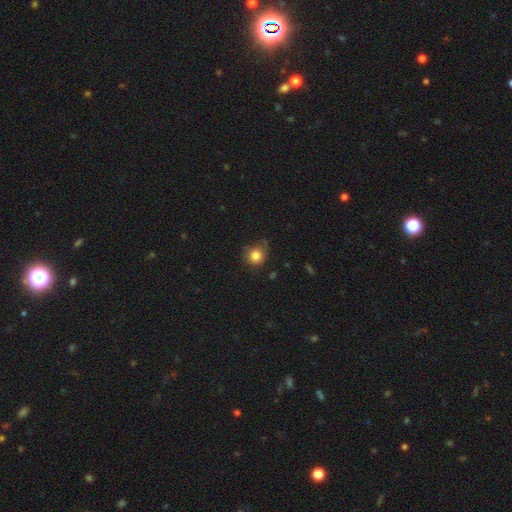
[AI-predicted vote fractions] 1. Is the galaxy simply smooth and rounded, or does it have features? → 83% smooth, 11% star or artifact, 6% featured or disk.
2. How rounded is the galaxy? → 88% round, 11% in between, 1% cigar-shaped.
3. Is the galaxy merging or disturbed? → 70% none, 22% minor disturbance, 5% major disturbance, 3% merger.